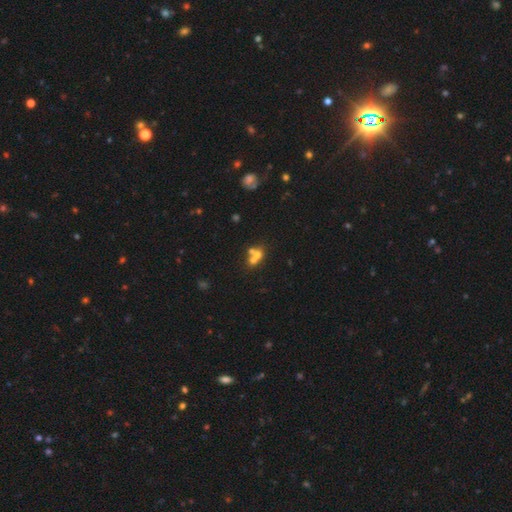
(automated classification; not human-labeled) Smooth or featured? Predicted: smooth (p=0.55). How rounded? Predicted: round (p=0.73). Merging? Predicted: merger (p=0.58).